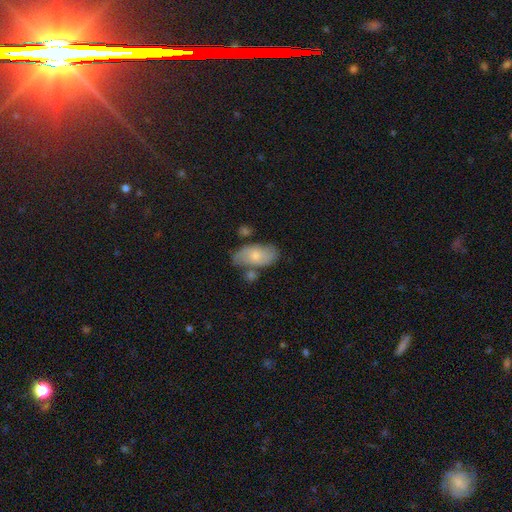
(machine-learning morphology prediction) Q: Smooth or featured?
A: smooth (70%); runner-up: featured or disk (24%)
Q: How rounded?
A: in between (93%); runner-up: round (4%)
Q: Merging?
A: none (57%); runner-up: minor disturbance (22%)